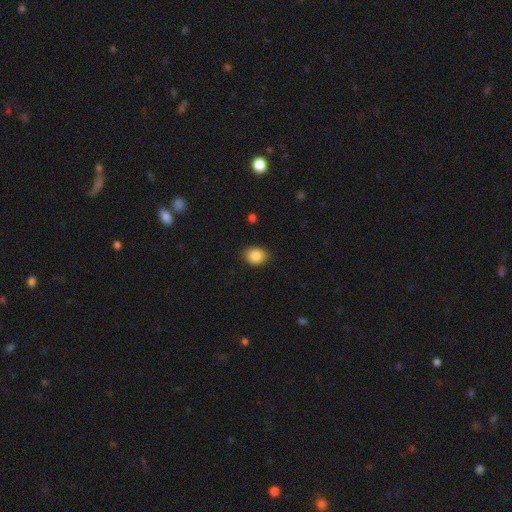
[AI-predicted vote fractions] The model was most divided on "how rounded": in between: 57%, round: 42%, cigar-shaped: 1%. More confident: smooth or featured — smooth (87%); merging — none (86%).